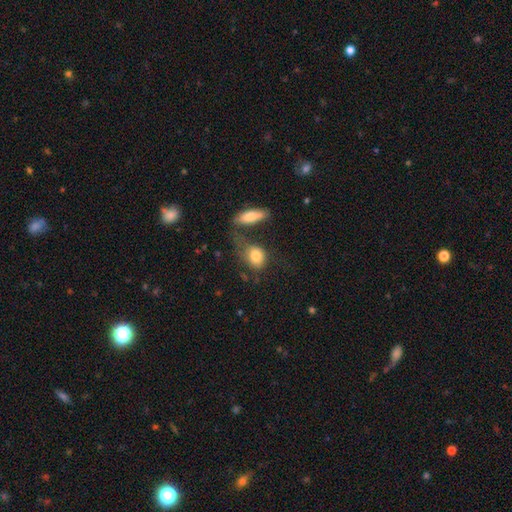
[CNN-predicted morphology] A smooth galaxy with no disk features (81%) that is in between round and cigar-shaped (65%).

Vote fractions:
- Smooth or featured? smooth: 81% / featured or disk: 12% / star or artifact: 8%
- How rounded? in between: 65% / round: 31% / cigar-shaped: 3%
- Merging? none: 39% / merger: 29% / minor disturbance: 18% / major disturbance: 14%